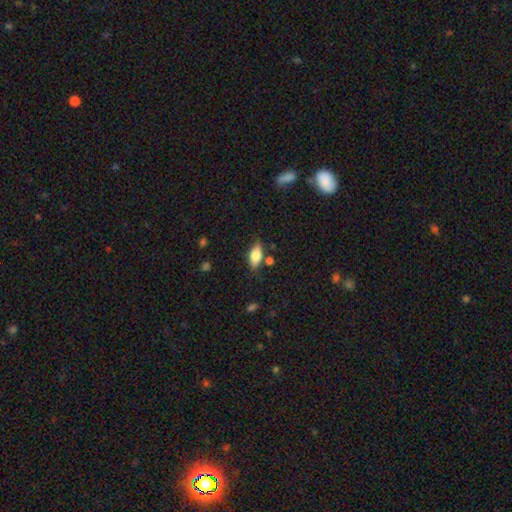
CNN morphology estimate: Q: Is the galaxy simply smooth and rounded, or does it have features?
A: smooth — 74%.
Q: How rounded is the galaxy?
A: in between — 84%.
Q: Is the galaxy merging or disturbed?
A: none — 76%.